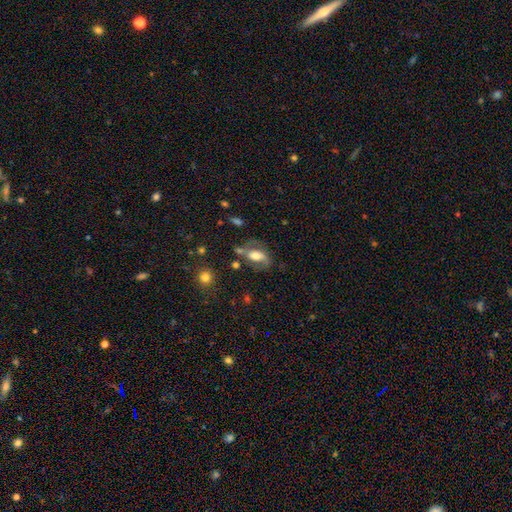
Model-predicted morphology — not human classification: featured or disk 51%, smooth 40%, star or artifact 9%. Down the decision tree: edge-on disk — no (89%); merging — none (52%).